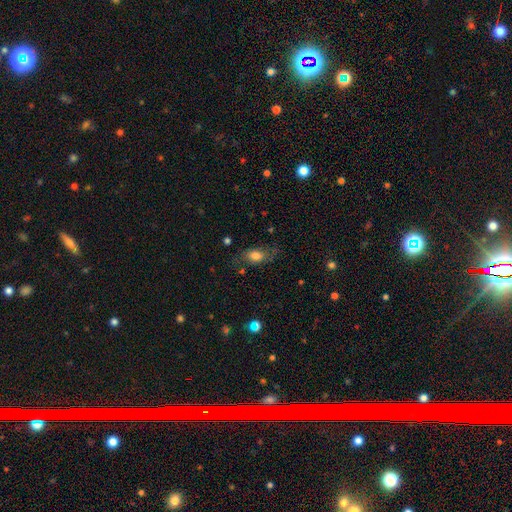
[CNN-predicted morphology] smooth 71%, featured or disk 20%, star or artifact 9%. Down the decision tree: how rounded — in between (81%); merging — none (63%).